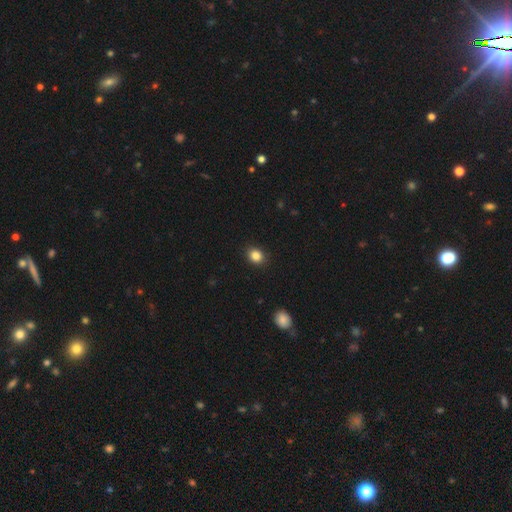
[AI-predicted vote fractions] Morphology: type=smooth (86%); roundness=round (64%); merging=none (90%).